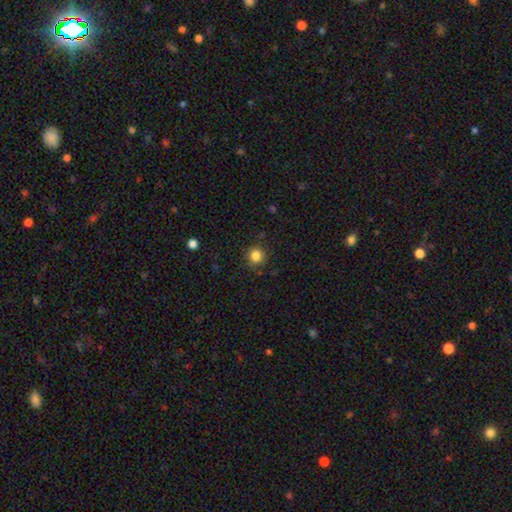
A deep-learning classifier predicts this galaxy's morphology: smooth 84%, star or artifact 12%, featured or disk 5%. Down the decision tree: how rounded — round (93%); merging — none (89%).